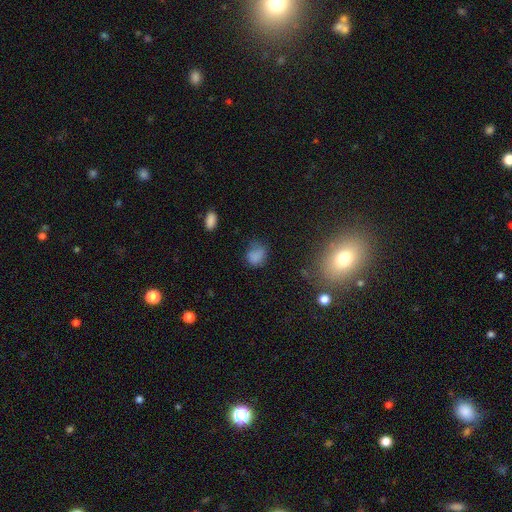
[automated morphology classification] Smooth or featured? smooth (78%)
How rounded? round (53%)
Merging? none (52%)